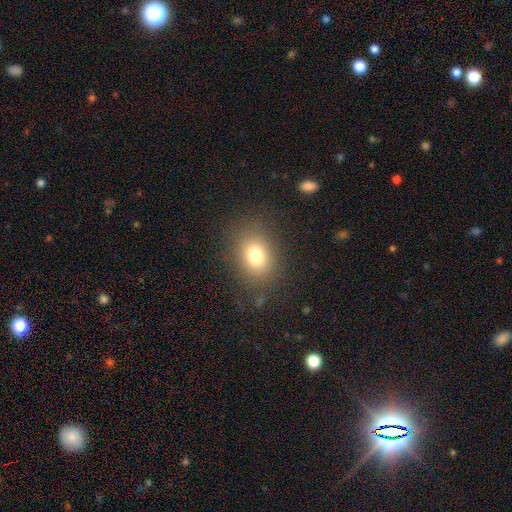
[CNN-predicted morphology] Smooth or featured?
  - smooth: 77% *
  - star or artifact: 13%
  - featured or disk: 10%
How rounded?
  - in between: 61% *
  - round: 38%
  - cigar-shaped: 1%
Merging?
  - none: 82% *
  - minor disturbance: 11%
  - major disturbance: 6%
  - merger: 1%